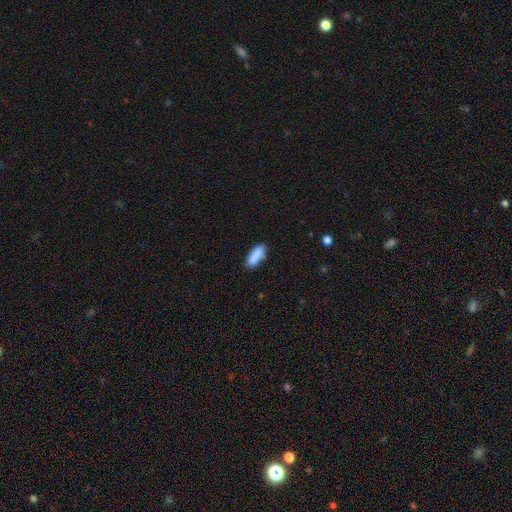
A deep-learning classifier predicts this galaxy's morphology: This is clearly a smooth galaxy (87%). How rounded: likely in between (61%). Merging: likely none (78%).